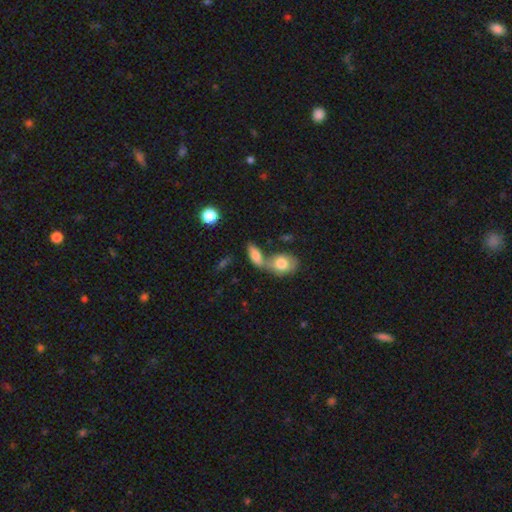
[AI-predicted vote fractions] smooth 74%, featured or disk 17%, star or artifact 9%. Down the decision tree: how rounded — in between (81%); merging — merger (57%).